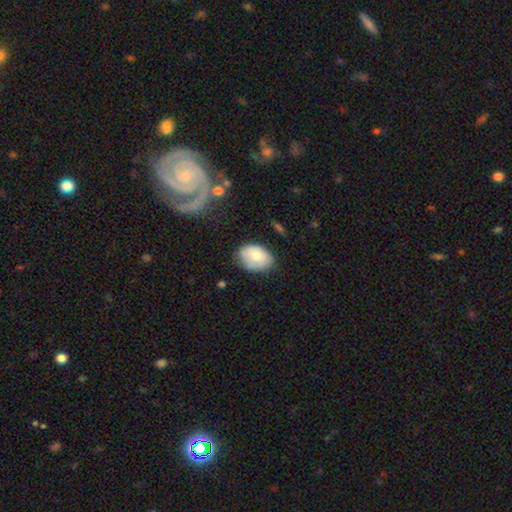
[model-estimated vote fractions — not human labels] Q: Smooth or featured?
A: smooth (75%); runner-up: featured or disk (18%)
Q: How rounded?
A: in between (80%); runner-up: round (19%)
Q: Merging?
A: none (68%); runner-up: minor disturbance (25%)